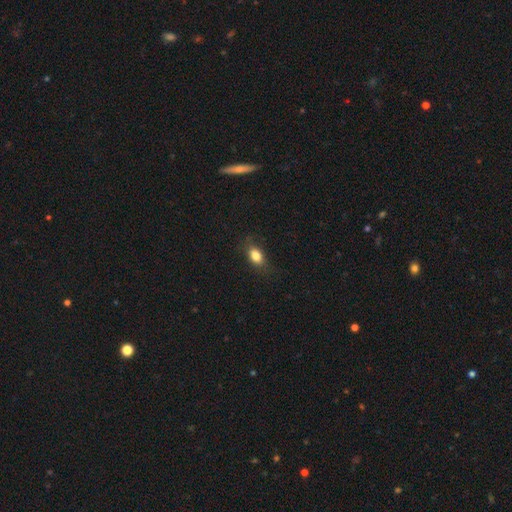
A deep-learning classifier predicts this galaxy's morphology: Smooth or featured? Predicted: smooth (p=0.82). How rounded? Predicted: in between (p=0.77). Merging? Predicted: none (p=0.78).